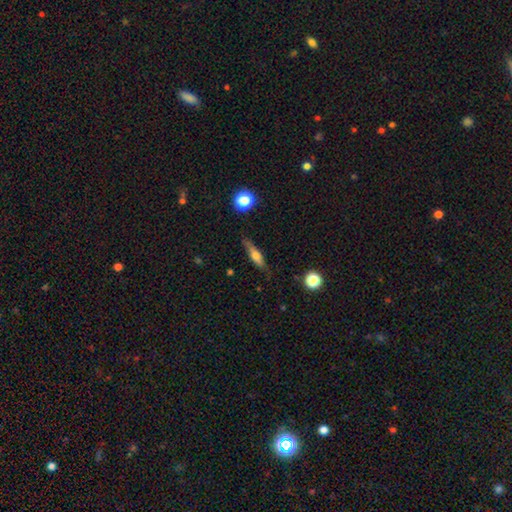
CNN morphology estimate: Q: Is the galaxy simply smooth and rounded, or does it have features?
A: smooth — 57%.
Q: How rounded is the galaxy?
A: cigar-shaped — 66%.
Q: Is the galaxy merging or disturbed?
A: none — 75%.